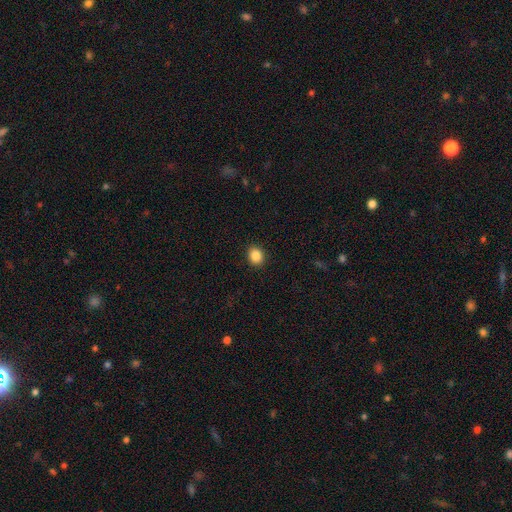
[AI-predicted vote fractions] A smooth galaxy with no disk features (87%) that is round (61%). Merging: none (91%).